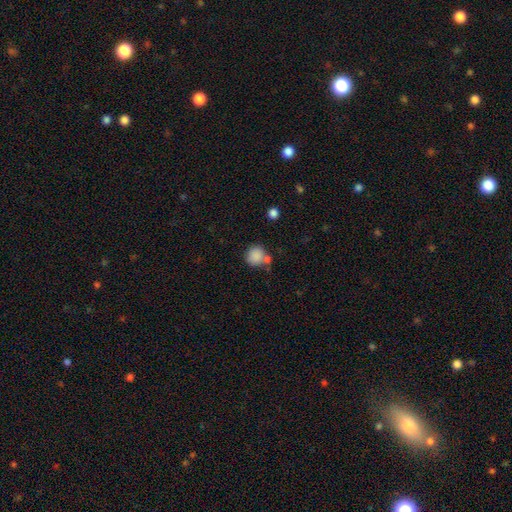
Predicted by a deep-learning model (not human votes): smooth 85%, star or artifact 9%, featured or disk 5%. Down the decision tree: how rounded — round (86%); merging — none (60%).